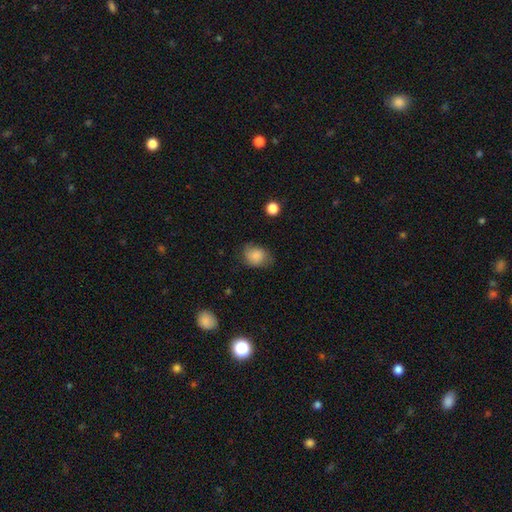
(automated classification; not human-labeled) A smooth galaxy with no disk features (82%) that is in between round and cigar-shaped (52%).

Vote fractions:
- Smooth or featured? smooth: 82% / featured or disk: 10% / star or artifact: 8%
- How rounded? in between: 52% / round: 47% / cigar-shaped: 1%
- Merging? none: 64% / minor disturbance: 27% / major disturbance: 8% / merger: 1%